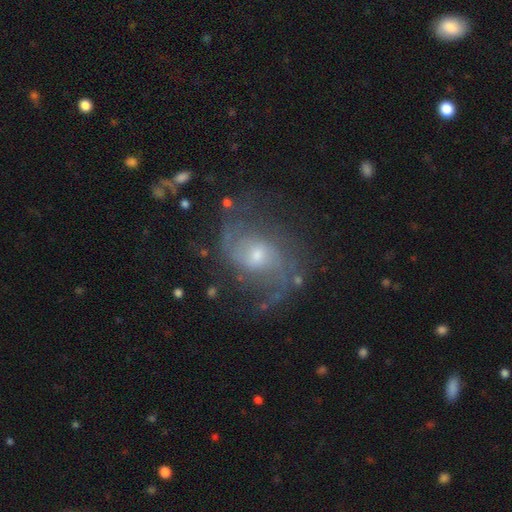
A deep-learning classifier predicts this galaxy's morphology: Q: Smooth or featured?
A: featured or disk (85%); runner-up: smooth (8%)
Q: Edge-on disk?
A: no (97%); runner-up: yes (3%)
Q: Bar?
A: no (52%); runner-up: weak (41%)
Q: Spiral arms?
A: yes (95%); runner-up: no (5%)
Q: Spiral winding?
A: medium (48%); runner-up: loose (35%)
Q: Spiral arm count?
A: 2 (81%); runner-up: can't tell (8%)
Q: Bulge size?
A: small (56%); runner-up: moderate (39%)
Q: Merging?
A: none (67%); runner-up: minor disturbance (18%)